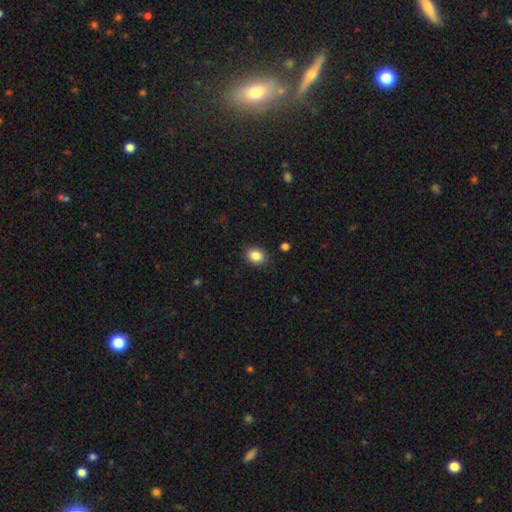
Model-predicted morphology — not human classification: A smooth galaxy with no disk features (86%) that is round (53%).

Vote fractions:
- Smooth or featured? smooth: 86% / star or artifact: 9% / featured or disk: 5%
- How rounded? round: 53% / in between: 46% / cigar-shaped: 1%
- Merging? none: 87% / minor disturbance: 9% / major disturbance: 3% / merger: 1%